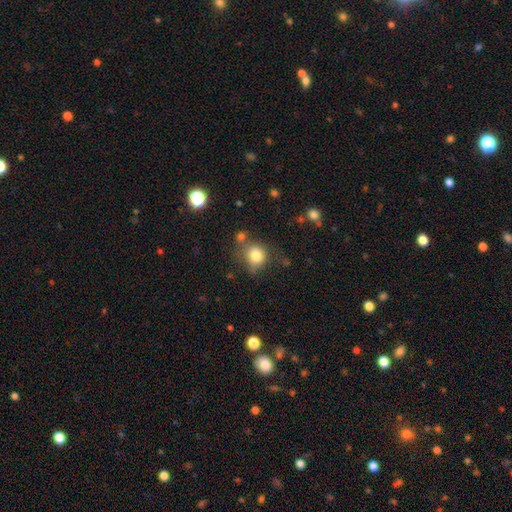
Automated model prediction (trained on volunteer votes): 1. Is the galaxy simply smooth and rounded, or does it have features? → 80% smooth, 11% star or artifact, 9% featured or disk.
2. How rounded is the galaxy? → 77% round, 22% in between, 1% cigar-shaped.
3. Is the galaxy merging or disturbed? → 58% none, 21% minor disturbance, 12% merger, 8% major disturbance.